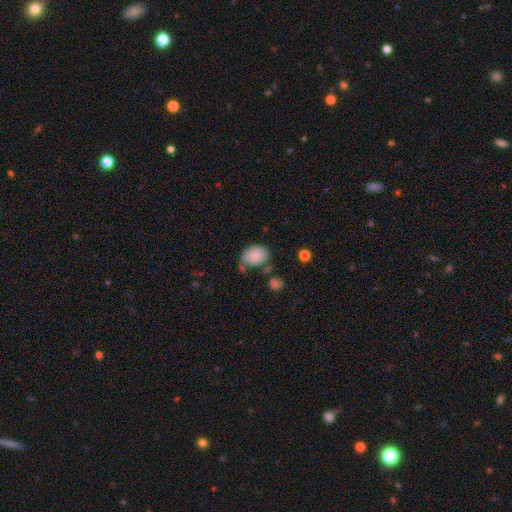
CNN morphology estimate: smooth_or_featured: smooth (p=0.83) [alt: featured or disk p=0.09]
how_rounded: in between (p=0.69) [alt: round p=0.30]
merging: none (p=0.53) [alt: minor disturbance p=0.27]